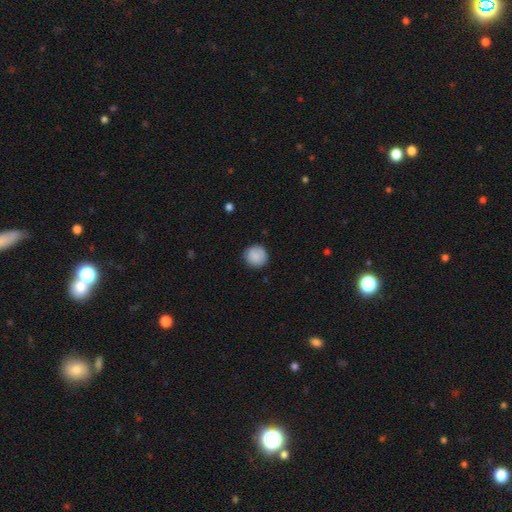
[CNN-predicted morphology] Smooth or featured? Predicted: smooth (p=0.88). How rounded? Predicted: round (p=0.93). Merging? Predicted: none (p=0.87).